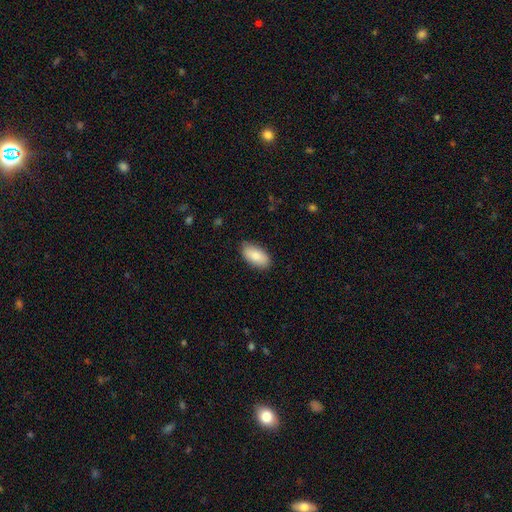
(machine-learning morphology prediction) This is clearly a smooth galaxy (84%). How rounded: clearly in between (93%). Merging: clearly none (85%).